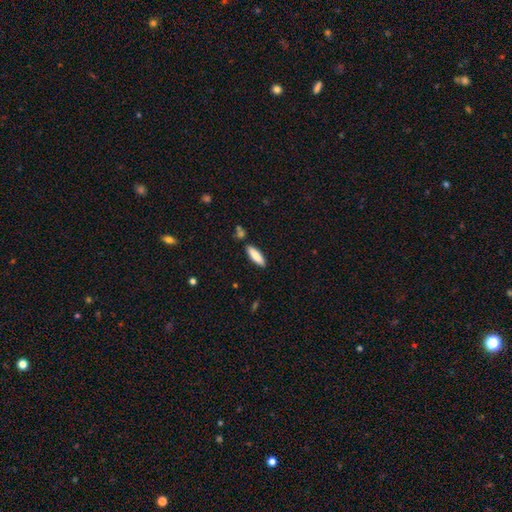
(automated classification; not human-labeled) Smooth or featured: smooth — 83% (featured or disk — 12%)
How rounded: cigar-shaped — 60% (in between — 38%)
Merging: none — 85% (minor disturbance — 9%)